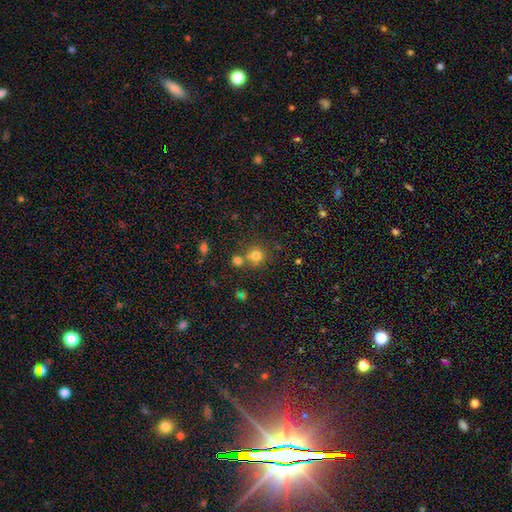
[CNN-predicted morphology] This appears to be a smooth galaxy with no disk features (75%) that is round (89%). Merging: none (62%).